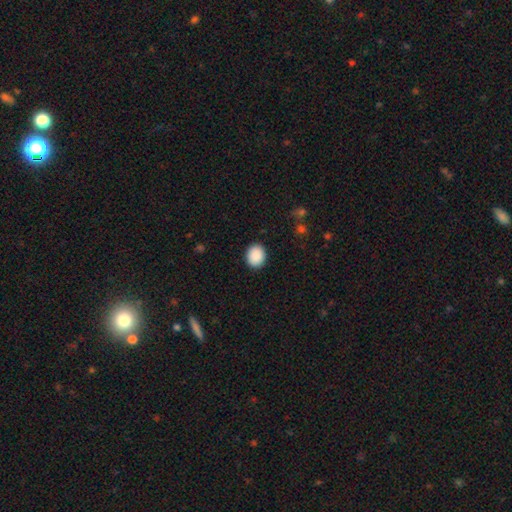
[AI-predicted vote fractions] The model was most divided on "how rounded": round: 54%, in between: 45%, cigar-shaped: 1%. More confident: smooth or featured — smooth (90%); merging — none (90%).